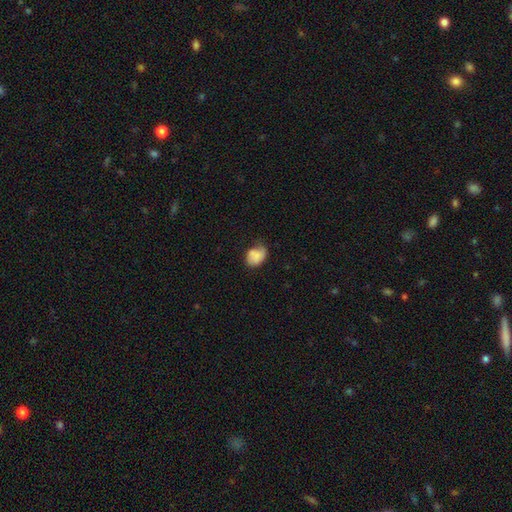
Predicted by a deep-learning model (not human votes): smooth-or-featured: smooth: 74% | featured or disk: 17% | star or artifact: 9%
  how-rounded: in between: 63% | round: 36% | cigar-shaped: 1%
  merging: none: 47% | minor disturbance: 36% | major disturbance: 12% | merger: 4%